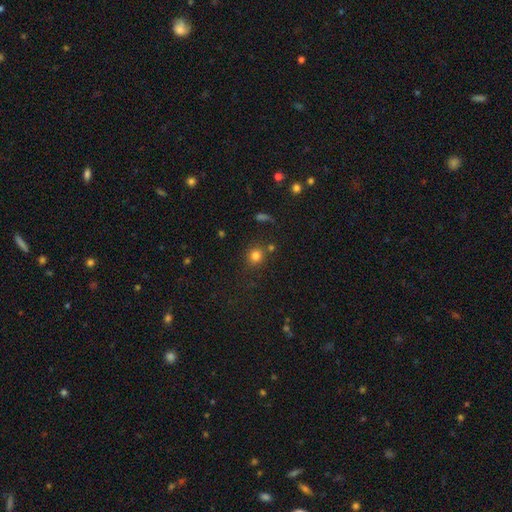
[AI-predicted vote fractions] Smooth or featured: smooth — 79% (star or artifact — 14%)
How rounded: round — 87% (in between — 12%)
Merging: none — 77% (minor disturbance — 10%)